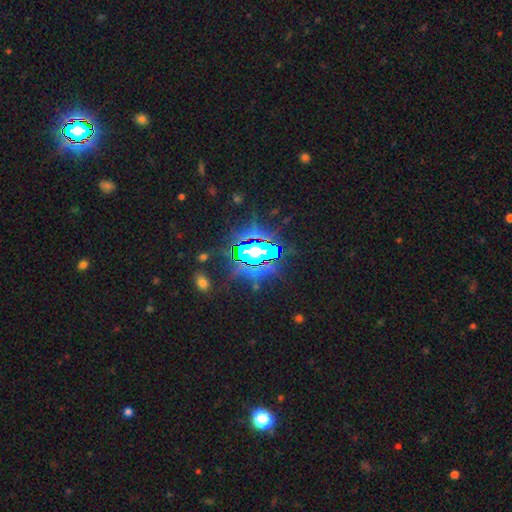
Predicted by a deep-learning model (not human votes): Smooth or featured?
  - star or artifact: 83% *
  - smooth: 9%
  - featured or disk: 8%